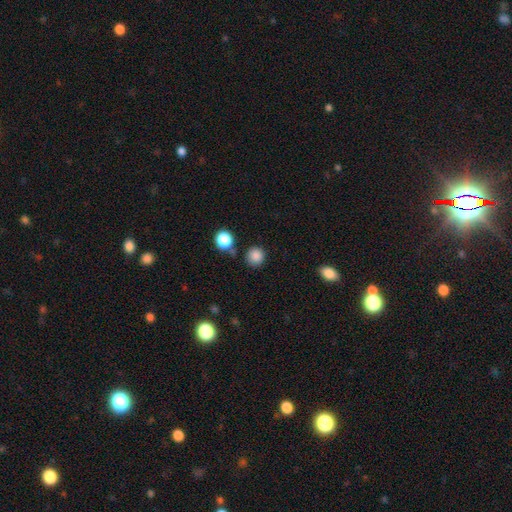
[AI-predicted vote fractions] smooth-or-featured: smooth: 85% | star or artifact: 11% | featured or disk: 4%
  how-rounded: round: 92% | in between: 7% | cigar-shaped: 1%
  merging: none: 82% | minor disturbance: 11% | merger: 5% | major disturbance: 3%